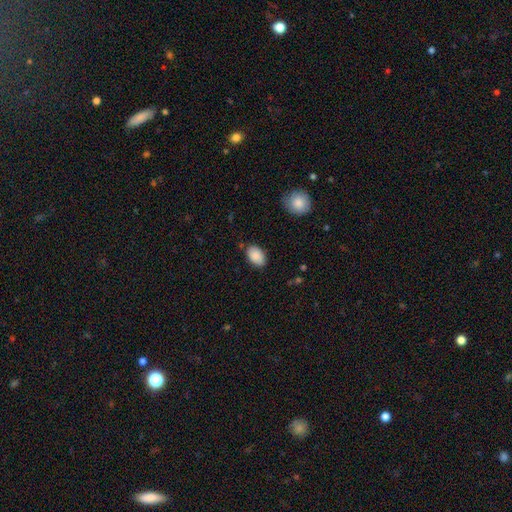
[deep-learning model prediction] Morphology: type=smooth (89%); roundness=in between (90%); merging=none (82%).